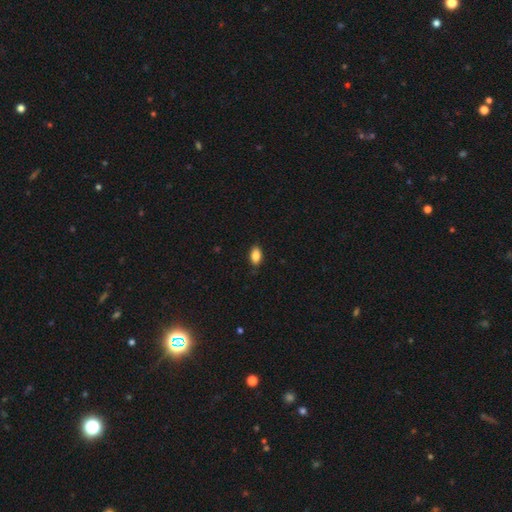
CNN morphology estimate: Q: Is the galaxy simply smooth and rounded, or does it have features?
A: smooth — 87%.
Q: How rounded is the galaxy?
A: in between — 91%.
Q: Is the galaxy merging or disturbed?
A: none — 84%.